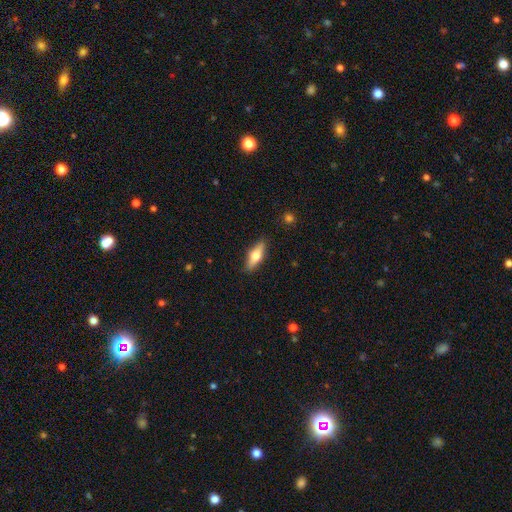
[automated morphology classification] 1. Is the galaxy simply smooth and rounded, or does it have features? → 52% smooth, 41% featured or disk, 6% star or artifact.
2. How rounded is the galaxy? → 52% in between, 45% cigar-shaped, 3% round.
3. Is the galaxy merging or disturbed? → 86% none, 10% minor disturbance, 2% major disturbance, 1% merger.